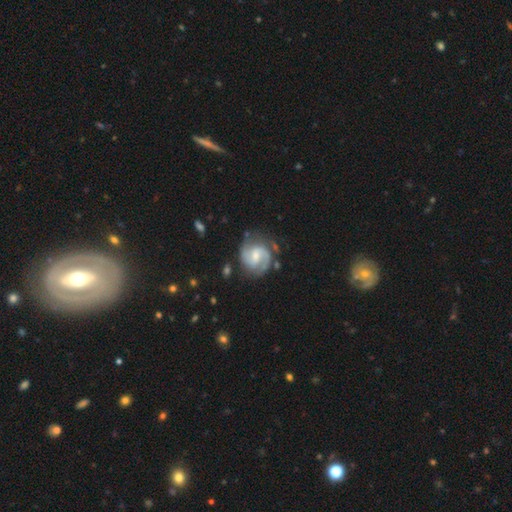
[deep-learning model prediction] A featured or disk galaxy (84%) with a weak bar (56%), 2 (86%) medium (53%) spiral arms (97%) and a small central bulge (45%). Merging: none (73%).